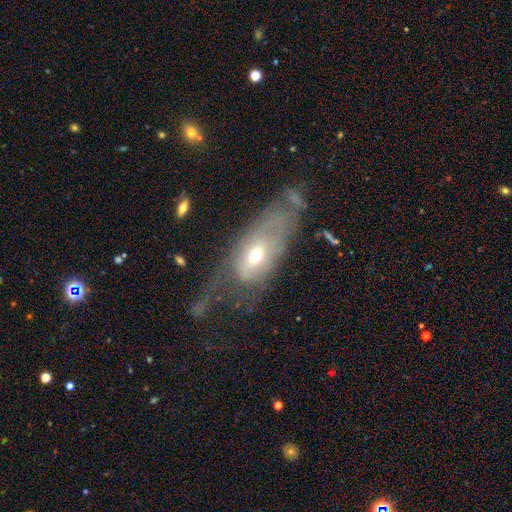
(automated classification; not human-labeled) smooth-or-featured: featured or disk: 51% | smooth: 40% | star or artifact: 9%
  disk-edge-on: no: 82% | yes: 18%
  merging: major disturbance: 47% | none: 25% | minor disturbance: 22% | merger: 6%